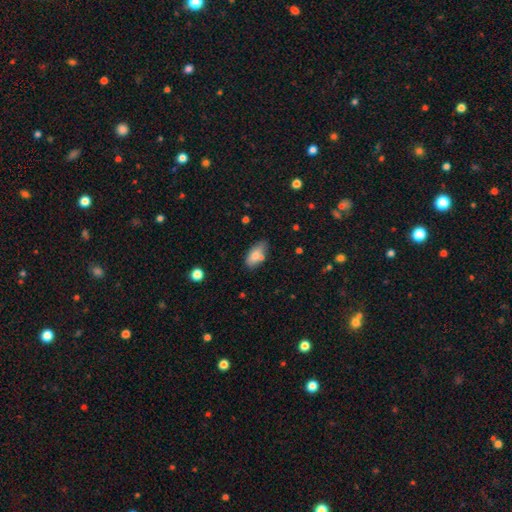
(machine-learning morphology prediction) Smooth or featured?
  - smooth: 77% *
  - featured or disk: 15%
  - star or artifact: 8%
How rounded?
  - in between: 87% *
  - cigar-shaped: 9%
  - round: 4%
Merging?
  - none: 62% *
  - minor disturbance: 21%
  - merger: 12%
  - major disturbance: 5%